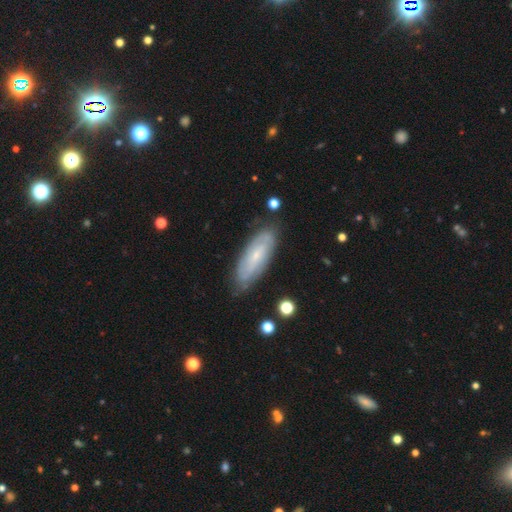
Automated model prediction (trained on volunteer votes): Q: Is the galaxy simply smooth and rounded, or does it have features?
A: featured or disk — 62%.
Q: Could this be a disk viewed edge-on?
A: no — 81%.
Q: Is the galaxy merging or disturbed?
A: none — 80%.